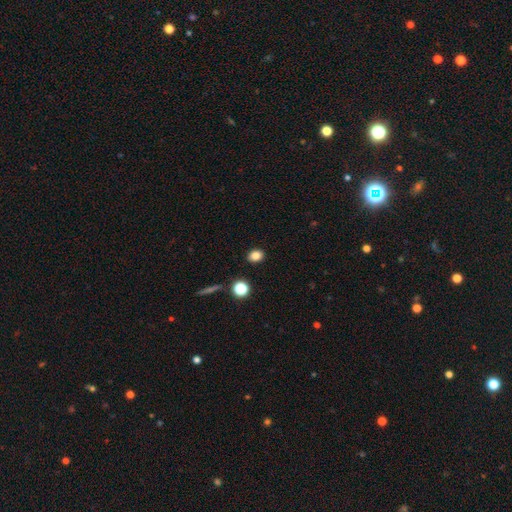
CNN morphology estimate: A smooth galaxy with no disk features (82%) that is in between round and cigar-shaped (53%).

Vote fractions:
- Smooth or featured? smooth: 82% / star or artifact: 12% / featured or disk: 6%
- How rounded? in between: 53% / round: 46% / cigar-shaped: 1%
- Merging? none: 89% / minor disturbance: 7% / major disturbance: 2% / merger: 2%